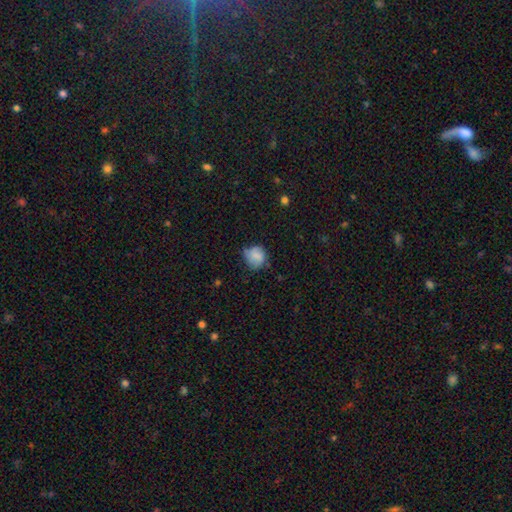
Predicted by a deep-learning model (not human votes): Q: Smooth or featured?
A: smooth (73%); runner-up: featured or disk (19%)
Q: How rounded?
A: round (78%); runner-up: in between (21%)
Q: Merging?
A: none (58%); runner-up: minor disturbance (31%)